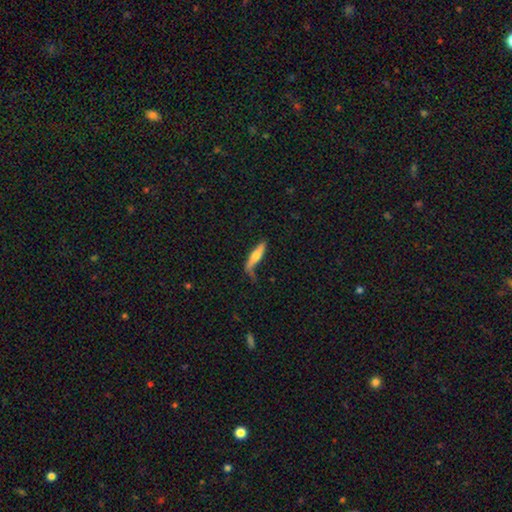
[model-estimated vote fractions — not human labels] smooth-or-featured: smooth: 55% | featured or disk: 40% | star or artifact: 6%
  how-rounded: cigar-shaped: 78% | in between: 19% | round: 2%
  merging: none: 49% | minor disturbance: 30% | major disturbance: 16% | merger: 5%